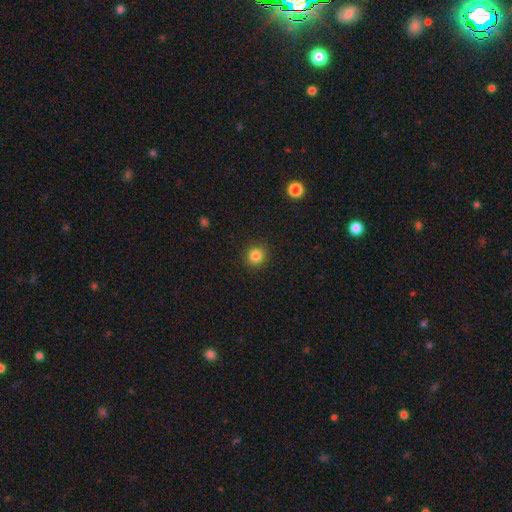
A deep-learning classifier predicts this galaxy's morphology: Overall: smooth (84%). How rounded: round (92%). Merging: none (92%).